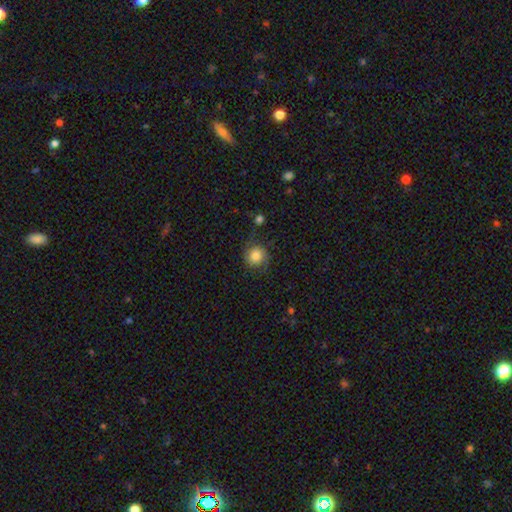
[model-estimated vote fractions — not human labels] Smooth or featured?
  - smooth: 68% *
  - featured or disk: 23%
  - star or artifact: 9%
How rounded?
  - round: 87% *
  - in between: 12%
  - cigar-shaped: 1%
Merging?
  - none: 68% *
  - minor disturbance: 20%
  - major disturbance: 10%
  - merger: 3%